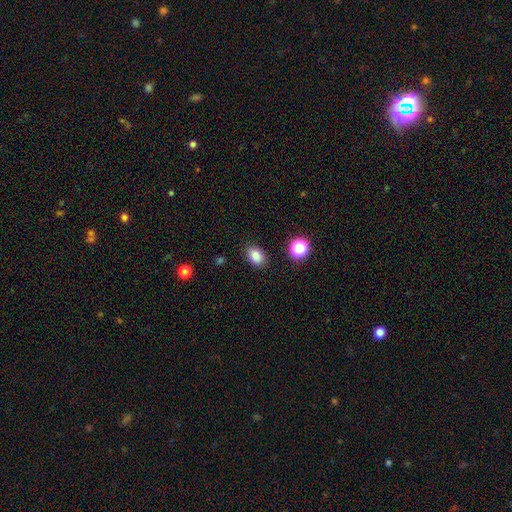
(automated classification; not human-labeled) Overall: smooth (83%). How rounded: in between (78%). Merging: none (86%).